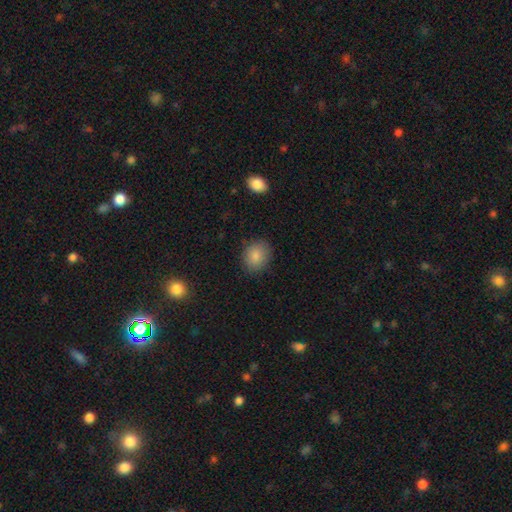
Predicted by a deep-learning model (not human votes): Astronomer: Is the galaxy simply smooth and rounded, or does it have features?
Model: smooth — 85%.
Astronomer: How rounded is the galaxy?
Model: round — 61% (runner-up: in between, 38%).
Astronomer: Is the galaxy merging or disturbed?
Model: none — 86%.